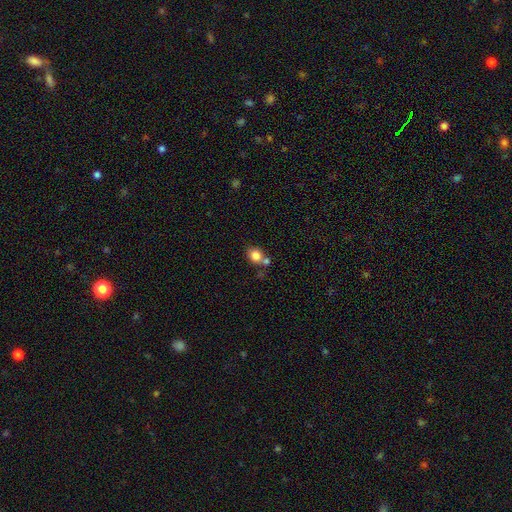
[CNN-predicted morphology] The model was most divided on "merging": none: 55%, merger: 30%, minor disturbance: 11%, major disturbance: 4%. More confident: smooth or featured — smooth (82%); how rounded — round (63%).